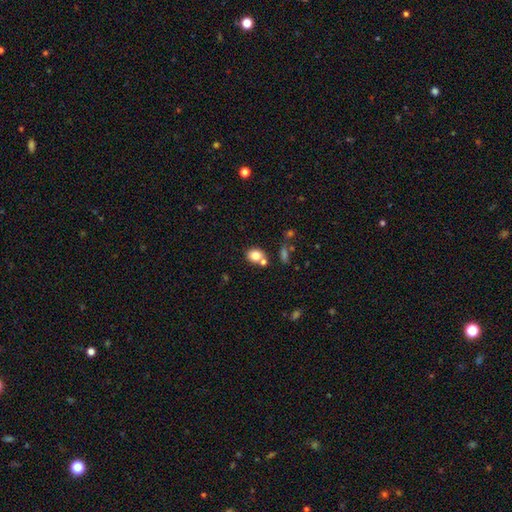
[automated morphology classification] This appears to be a smooth galaxy with no disk features (80%) that is round (59%). Merging: none (57%).